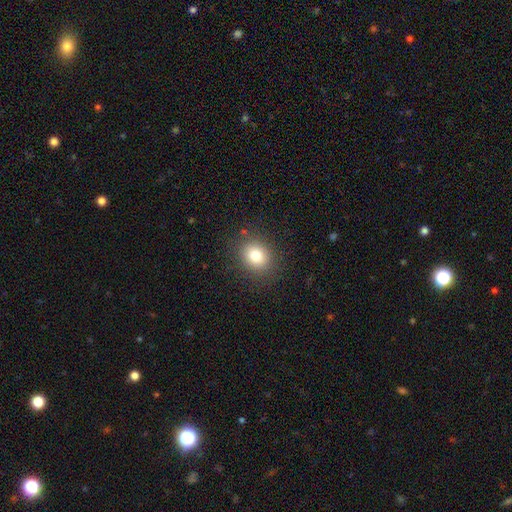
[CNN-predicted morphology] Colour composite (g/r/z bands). It shows a smooth galaxy with no disk features (79%) that is round (66%). Merging: none (86%).